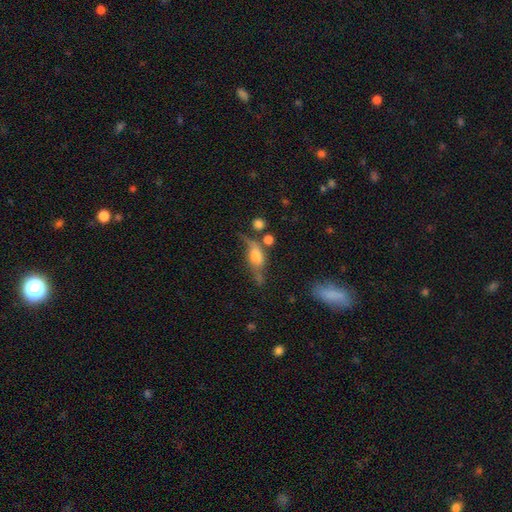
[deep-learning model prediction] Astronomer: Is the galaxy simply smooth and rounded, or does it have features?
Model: featured or disk — 51% (runner-up: smooth, 39%).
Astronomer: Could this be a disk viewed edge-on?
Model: yes — 53% (runner-up: no, 47%).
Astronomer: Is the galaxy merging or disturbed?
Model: none — 43% (runner-up: minor disturbance, 25%).